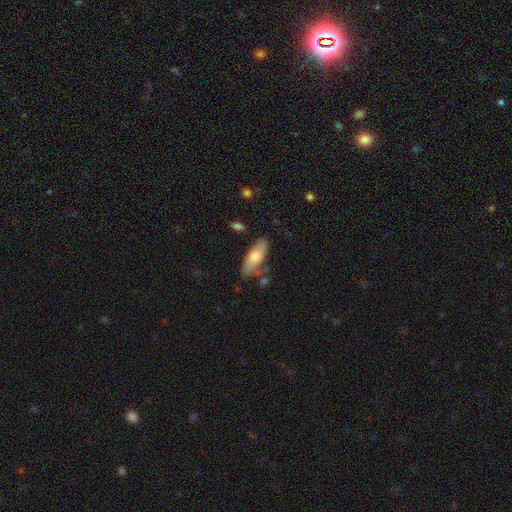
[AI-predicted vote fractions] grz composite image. It shows a smooth galaxy with no disk features (69%) that is in between round and cigar-shaped (69%). Merging: none (71%).